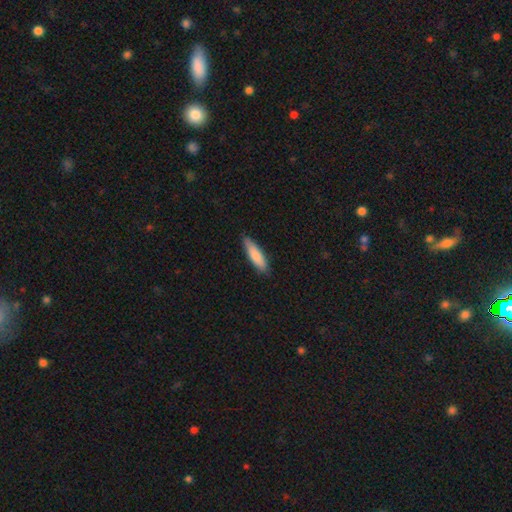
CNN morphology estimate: type=smooth (83%); roundness=cigar-shaped (66%); merging=none (85%).